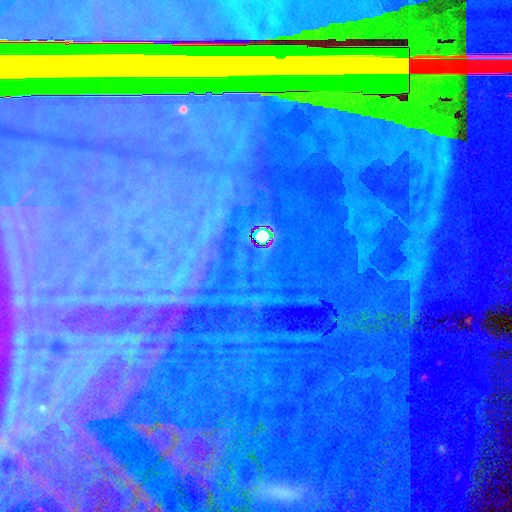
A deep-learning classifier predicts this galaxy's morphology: Smooth or featured? star or artifact (86%)